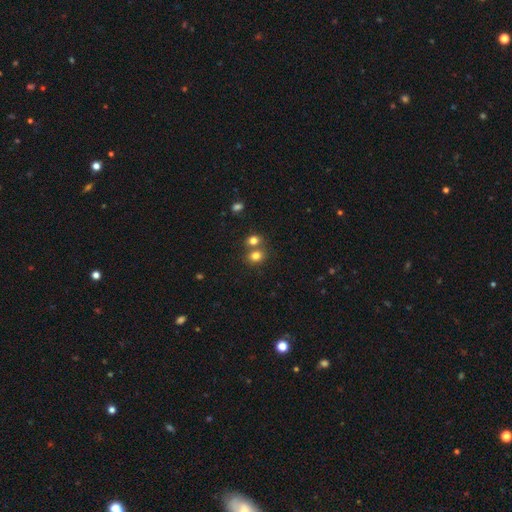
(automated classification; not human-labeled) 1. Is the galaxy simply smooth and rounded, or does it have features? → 79% smooth, 13% star or artifact, 8% featured or disk.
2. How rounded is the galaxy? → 66% round, 33% in between, 1% cigar-shaped.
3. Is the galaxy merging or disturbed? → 50% none, 39% merger, 8% minor disturbance, 3% major disturbance.